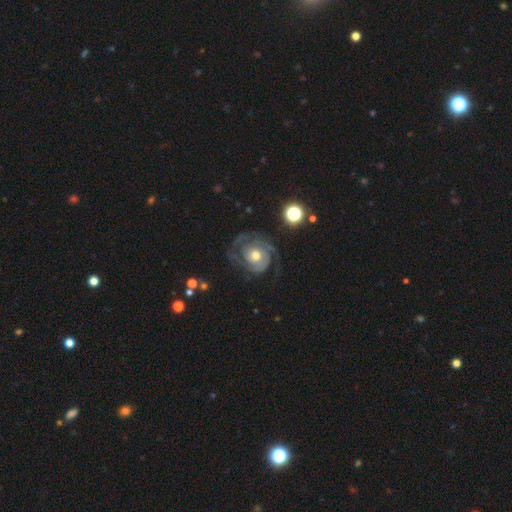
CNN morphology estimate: This appears to be a featured or disk galaxy (83%) with no bar (80%), 2 (43%) tight (53%) spiral arms (94%) and a moderate central bulge (72%). Merging: none (60%).